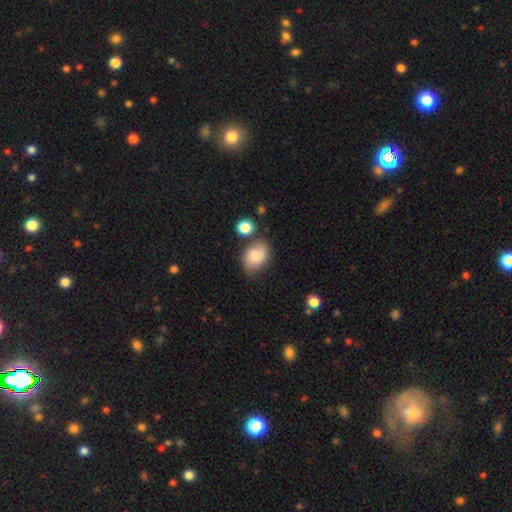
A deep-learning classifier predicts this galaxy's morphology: The model was most divided on "merging": none: 64%, minor disturbance: 21%, merger: 9%, major disturbance: 6%. More confident: how rounded — in between (76%); smooth or featured — smooth (74%).